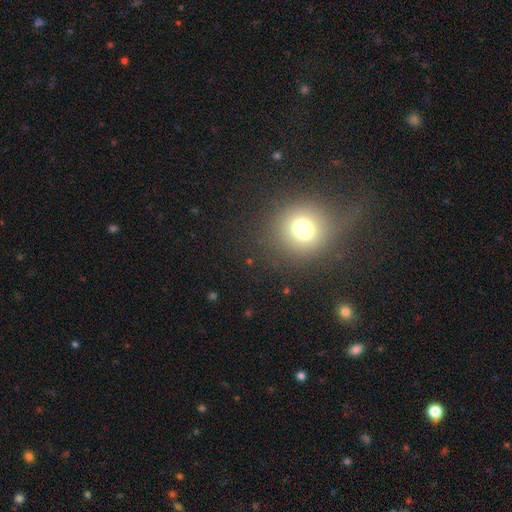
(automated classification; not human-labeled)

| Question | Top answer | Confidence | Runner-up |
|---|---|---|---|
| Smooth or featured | smooth | 61% | star or artifact (28%) |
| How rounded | round | 87% | in between (12%) |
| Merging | none | 74% | minor disturbance (16%) |